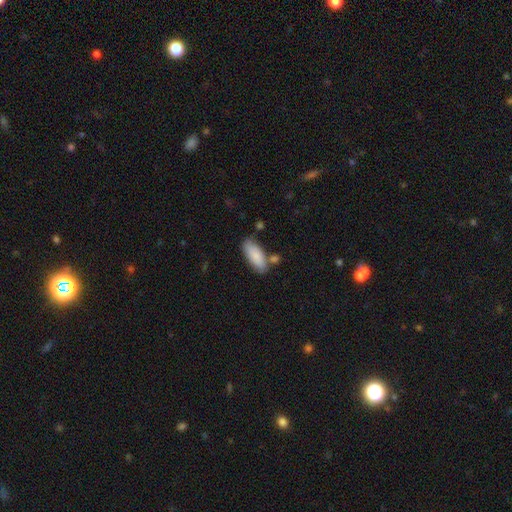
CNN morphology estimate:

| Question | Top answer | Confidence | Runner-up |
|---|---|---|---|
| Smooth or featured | smooth | 86% | featured or disk (8%) |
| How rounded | in between | 84% | cigar-shaped (14%) |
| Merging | none | 68% | minor disturbance (17%) |